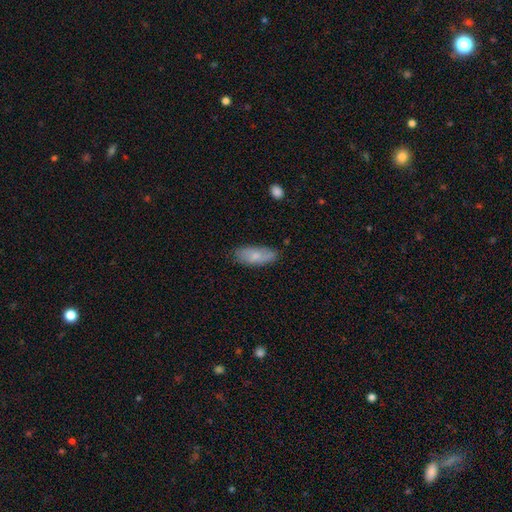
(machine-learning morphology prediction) A smooth galaxy with no disk features (73%) that is in between round and cigar-shaped (78%).

Vote fractions:
- Smooth or featured? smooth: 73% / featured or disk: 21% / star or artifact: 6%
- How rounded? in between: 78% / cigar-shaped: 20% / round: 2%
- Merging? none: 77% / minor disturbance: 18% / major disturbance: 3% / merger: 2%